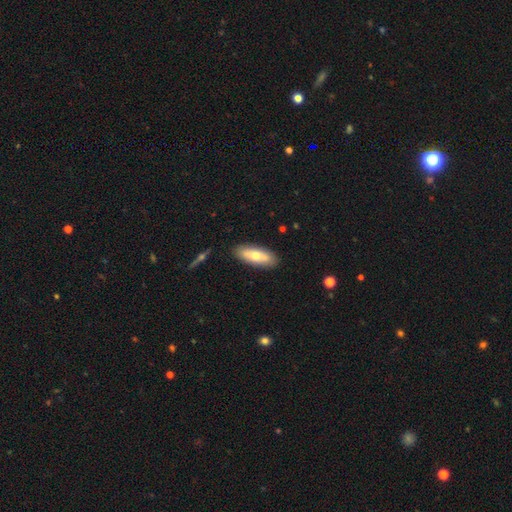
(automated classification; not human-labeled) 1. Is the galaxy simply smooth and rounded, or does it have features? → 64% smooth, 30% featured or disk, 6% star or artifact.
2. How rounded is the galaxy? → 71% in between, 26% cigar-shaped, 2% round.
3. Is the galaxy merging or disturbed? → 88% none, 9% minor disturbance, 2% major disturbance, 1% merger.